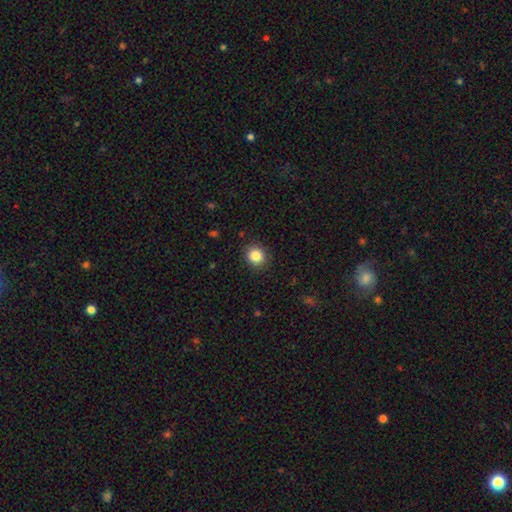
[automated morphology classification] Overall: smooth (85%). How rounded: round (84%). Merging: none (89%).